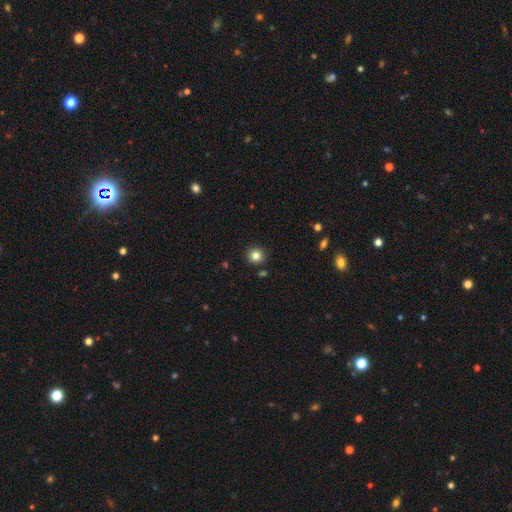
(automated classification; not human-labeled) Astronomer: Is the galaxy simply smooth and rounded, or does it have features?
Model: smooth — 83%.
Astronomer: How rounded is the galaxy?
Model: round — 94%.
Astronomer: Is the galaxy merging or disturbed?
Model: none — 90%.